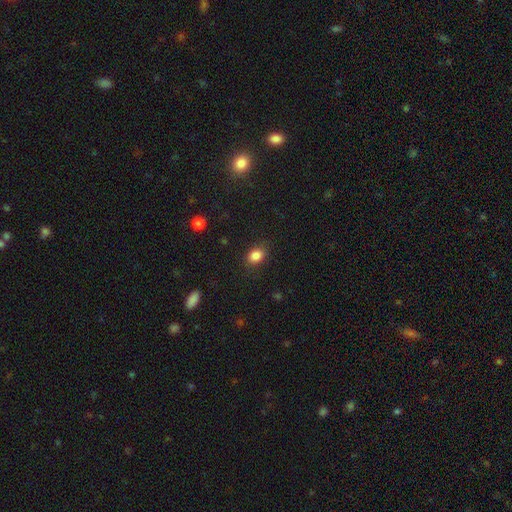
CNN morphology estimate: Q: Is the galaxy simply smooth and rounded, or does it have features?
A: smooth — 85%.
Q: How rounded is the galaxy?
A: in between — 72%.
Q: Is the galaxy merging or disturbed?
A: none — 84%.